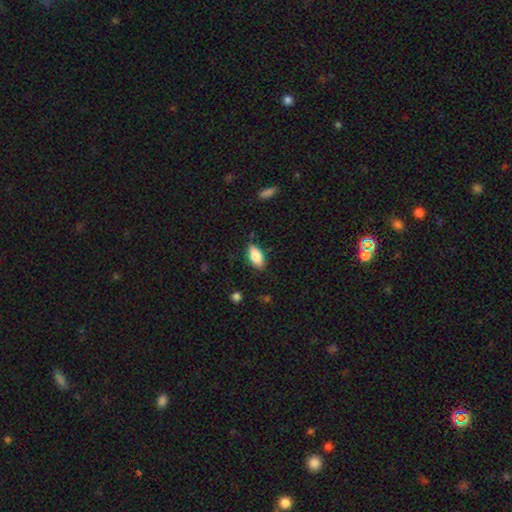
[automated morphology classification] The model was most divided on "merging": none: 80%, minor disturbance: 16%, major disturbance: 3%, merger: 2%. More confident: how rounded — in between (89%); smooth or featured — smooth (82%).